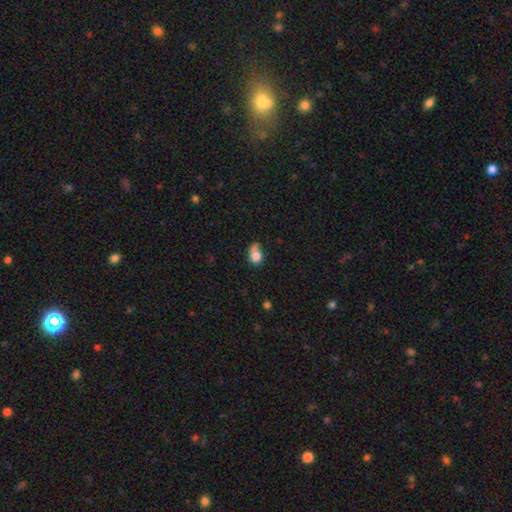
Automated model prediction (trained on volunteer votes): Overall: smooth (75%). How rounded: in between (64%; round 34%). Merging: none (36%; minor disturbance 31%).